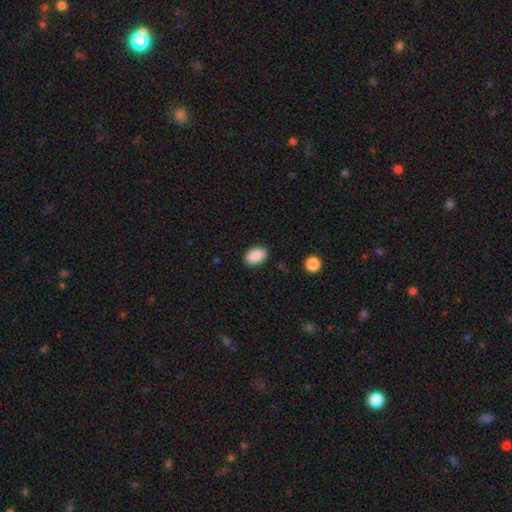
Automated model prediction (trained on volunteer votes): Smooth or featured? Predicted: smooth (p=0.89). How rounded? Predicted: in between (p=0.89). Merging? Predicted: none (p=0.88).